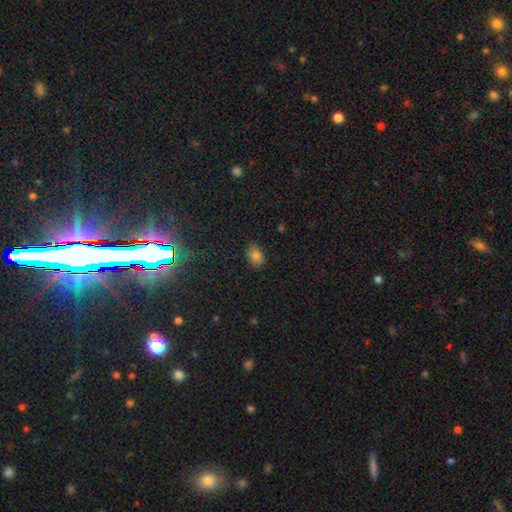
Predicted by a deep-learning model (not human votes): Morphology: type=smooth (81%); roundness=in between (81%); merging=none (82%).